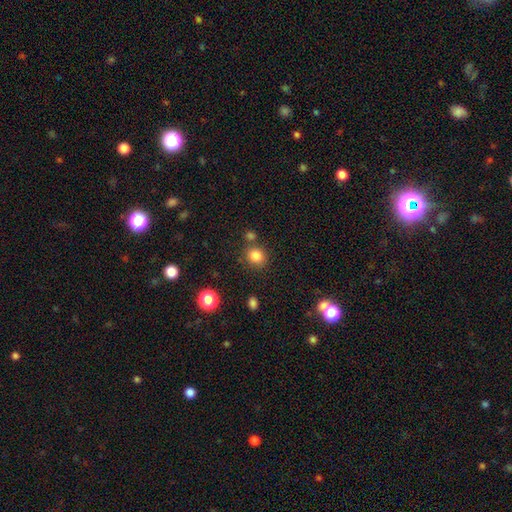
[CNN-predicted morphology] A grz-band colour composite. It shows a smooth galaxy with no disk features (83%) that is round (78%). Merging: none (76%).